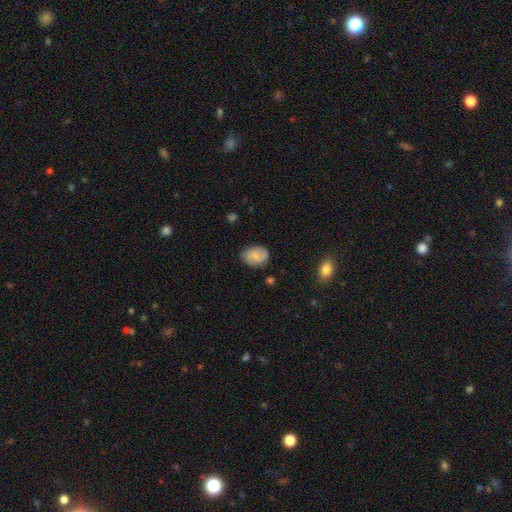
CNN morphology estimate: smooth-or-featured: smooth: 65% | featured or disk: 27% | star or artifact: 8%
  how-rounded: in between: 63% | round: 35% | cigar-shaped: 1%
  merging: none: 74% | minor disturbance: 19% | major disturbance: 5% | merger: 2%